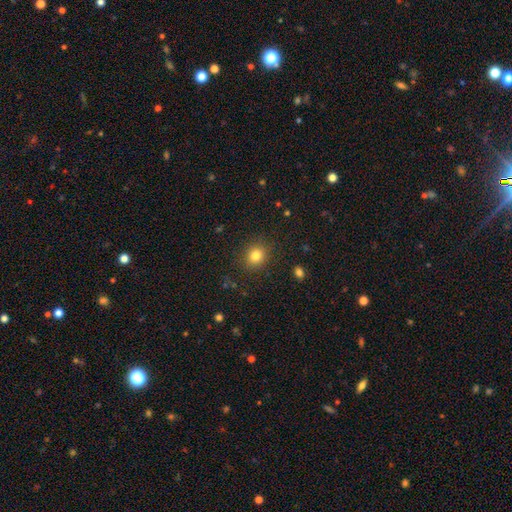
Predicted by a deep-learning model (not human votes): Smooth or featured?
  - smooth: 81% *
  - star or artifact: 12%
  - featured or disk: 6%
How rounded?
  - round: 74% *
  - in between: 25%
  - cigar-shaped: 1%
Merging?
  - none: 88% *
  - minor disturbance: 8%
  - major disturbance: 3%
  - merger: 1%